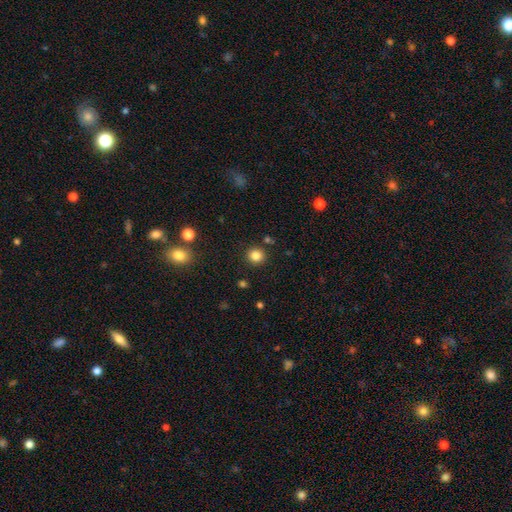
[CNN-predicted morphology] A smooth galaxy with no disk features (83%) that is round (90%).

Vote fractions:
- Smooth or featured? smooth: 83% / star or artifact: 12% / featured or disk: 5%
- How rounded? round: 90% / in between: 9% / cigar-shaped: 1%
- Merging? none: 89% / minor disturbance: 6% / merger: 3% / major disturbance: 2%